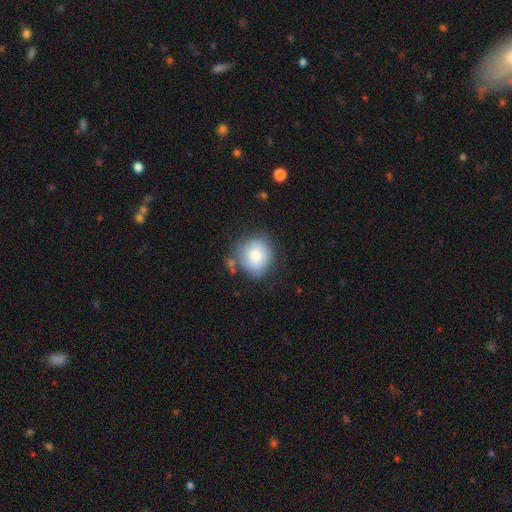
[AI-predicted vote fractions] The model was most divided on "merging": none: 66%, minor disturbance: 22%, major disturbance: 7%, merger: 5%. More confident: how rounded — round (80%); smooth or featured — smooth (79%).